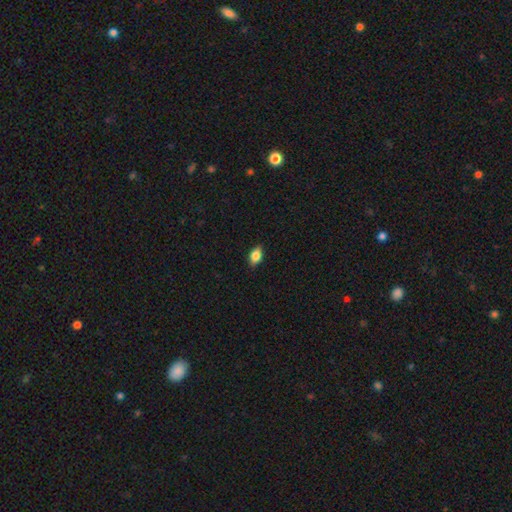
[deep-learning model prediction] Smooth or featured? Predicted: smooth (p=0.81). How rounded? Predicted: in between (p=0.86). Merging? Predicted: none (p=0.87).